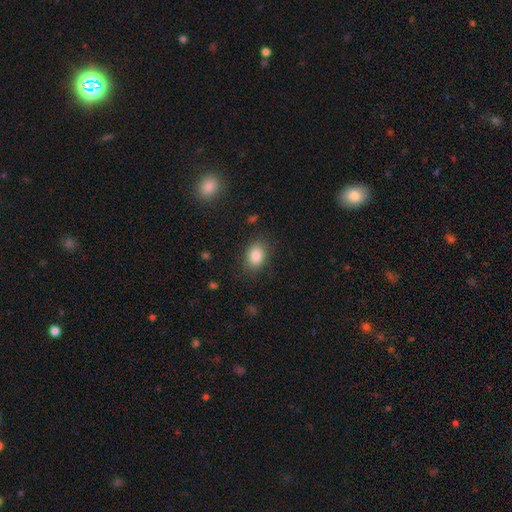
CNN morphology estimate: type=smooth (85%); roundness=in between (74%); merging=none (81%).